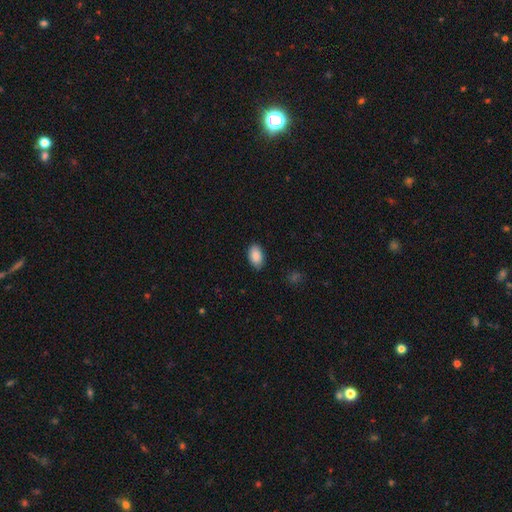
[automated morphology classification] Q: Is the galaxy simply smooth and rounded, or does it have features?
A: smooth — 89%.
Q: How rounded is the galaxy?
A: in between — 92%.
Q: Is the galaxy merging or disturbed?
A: none — 84%.